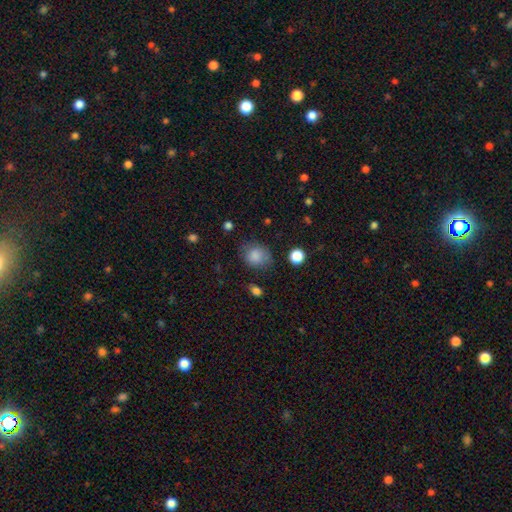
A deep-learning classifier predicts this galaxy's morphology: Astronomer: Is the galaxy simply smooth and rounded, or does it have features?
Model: smooth — 84%.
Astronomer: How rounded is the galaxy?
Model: round — 65%.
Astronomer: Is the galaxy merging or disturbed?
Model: none — 67%.